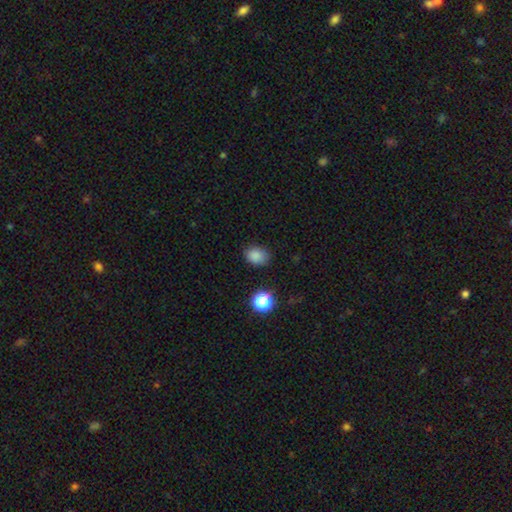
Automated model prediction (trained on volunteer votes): smooth_or_featured: smooth (p=0.83) [alt: star or artifact p=0.12]
how_rounded: in between (p=0.61) [alt: round p=0.38]
merging: none (p=0.80) [alt: minor disturbance p=0.15]